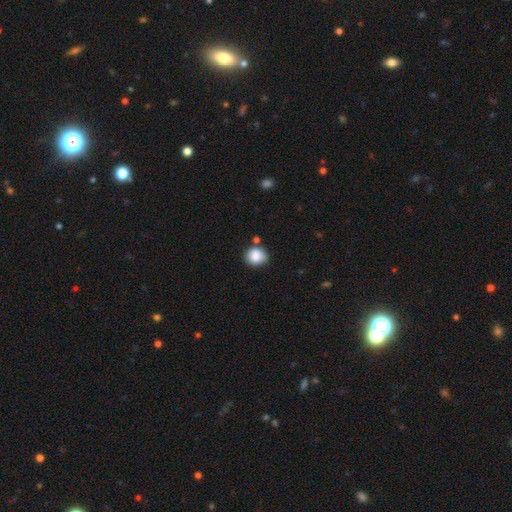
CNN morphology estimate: Q: Smooth or featured?
A: smooth (86%); runner-up: star or artifact (9%)
Q: How rounded?
A: round (79%); runner-up: in between (20%)
Q: Merging?
A: none (73%); runner-up: minor disturbance (15%)